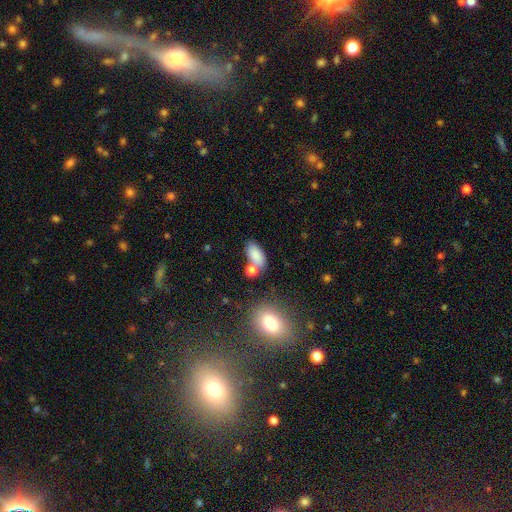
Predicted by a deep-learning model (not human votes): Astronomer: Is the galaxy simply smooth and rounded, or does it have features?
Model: smooth — 83%.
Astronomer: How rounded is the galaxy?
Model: in between — 89%.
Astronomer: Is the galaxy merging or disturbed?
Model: none — 56%.